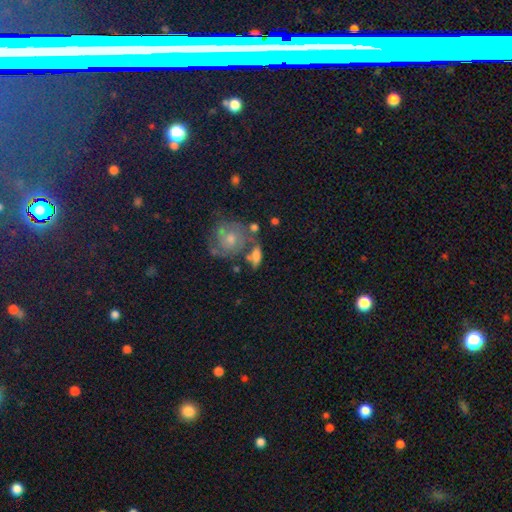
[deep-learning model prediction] The model was most divided on "smooth or featured": smooth: 55%, featured or disk: 37%, star or artifact: 9%. Remaining: how rounded — in between (67%); merging — none (47%).